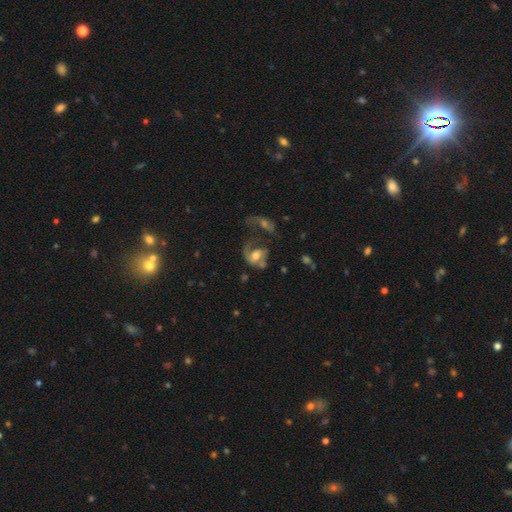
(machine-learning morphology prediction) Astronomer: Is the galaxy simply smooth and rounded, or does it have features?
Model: featured or disk — 61%.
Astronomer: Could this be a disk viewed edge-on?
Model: no — 96%.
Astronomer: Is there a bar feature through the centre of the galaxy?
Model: no — 56% (runner-up: weak, 33%).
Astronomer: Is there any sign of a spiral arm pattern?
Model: yes — 71%.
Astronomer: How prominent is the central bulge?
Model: moderate — 56%.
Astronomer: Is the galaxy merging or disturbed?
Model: major disturbance — 42% (runner-up: none, 22%).